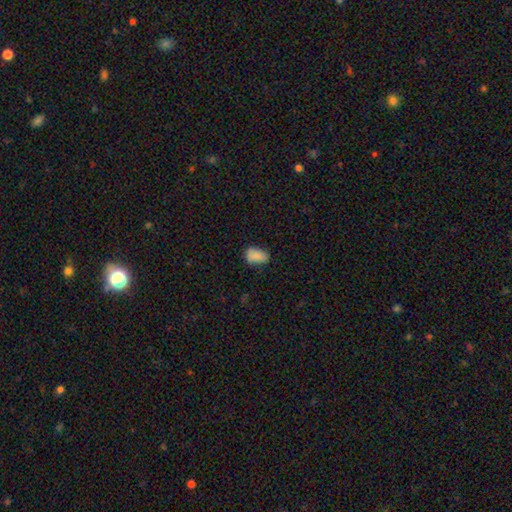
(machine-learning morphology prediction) smooth_or_featured: smooth (p=0.86) [alt: star or artifact p=0.09]
how_rounded: in between (p=0.90) [alt: round p=0.09]
merging: none (p=0.68) [alt: minor disturbance p=0.25]